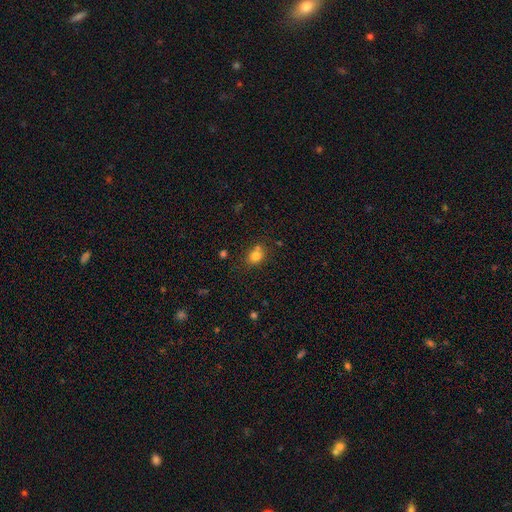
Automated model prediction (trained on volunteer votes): Smooth or featured? Predicted: smooth (p=0.79). How rounded? Predicted: round (p=0.60). Merging? Predicted: none (p=0.61).